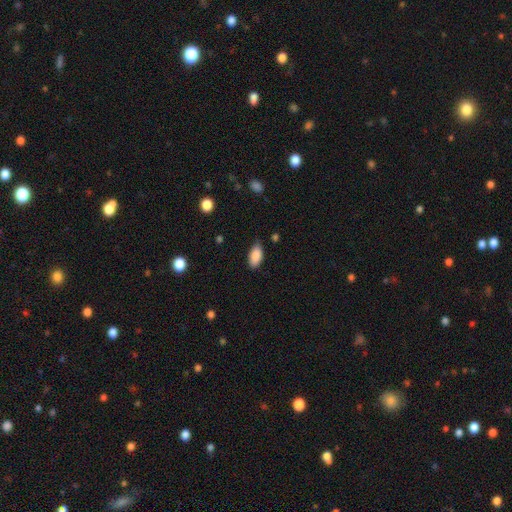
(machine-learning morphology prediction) Smooth or featured? smooth (88%)
How rounded? in between (92%)
Merging? none (74%)